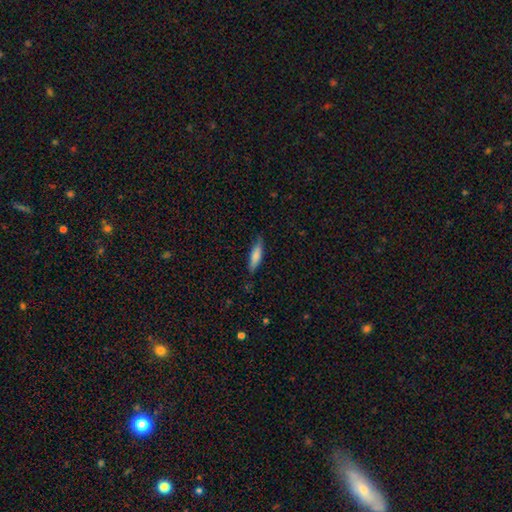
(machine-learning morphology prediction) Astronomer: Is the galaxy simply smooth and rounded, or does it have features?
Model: smooth — 78%.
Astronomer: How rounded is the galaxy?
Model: cigar-shaped — 66%.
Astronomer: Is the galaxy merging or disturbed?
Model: none — 77%.